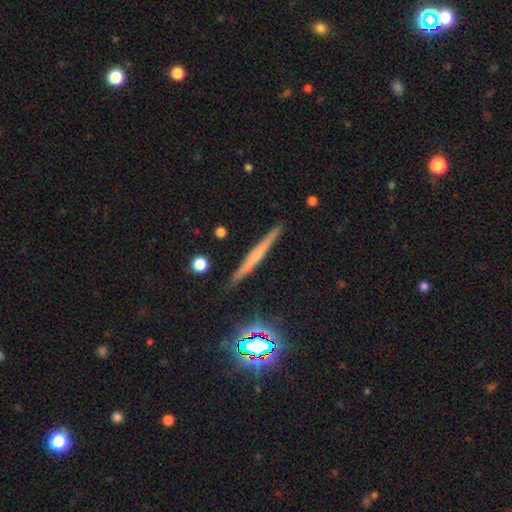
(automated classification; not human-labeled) Smooth or featured? featured or disk (51%)
Edge-on disk? yes (96%)
Merging? none (89%)